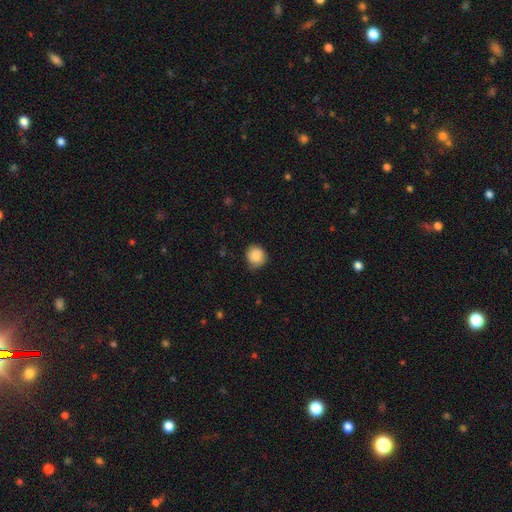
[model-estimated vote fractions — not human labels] This appears to be a smooth galaxy with no disk features (87%) that is round (87%). Merging: none (78%).